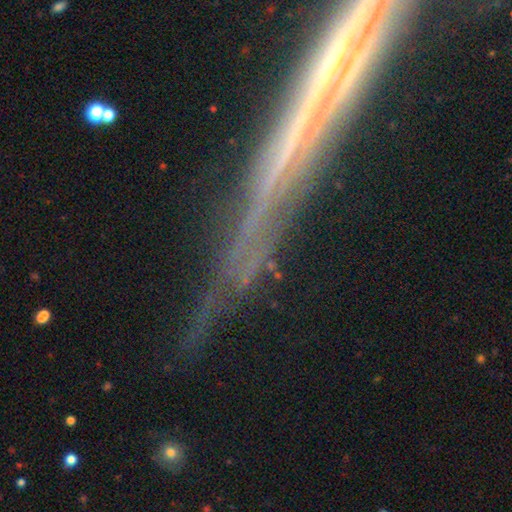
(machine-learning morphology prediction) smooth-or-featured: featured or disk: 63% | star or artifact: 23% | smooth: 14%
  disk-edge-on: yes: 88% | no: 12%
    edge-on-bulge: none: 47% | rounded: 34% | boxy: 18%
  merging: none: 75% | minor disturbance: 15% | major disturbance: 7% | merger: 3%